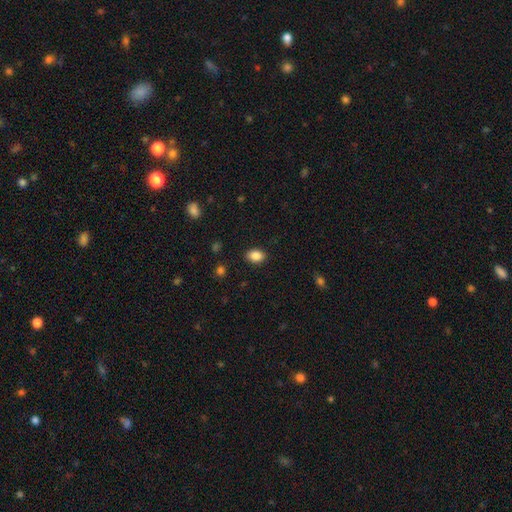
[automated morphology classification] type=smooth (87%); roundness=in between (81%); merging=none (88%).